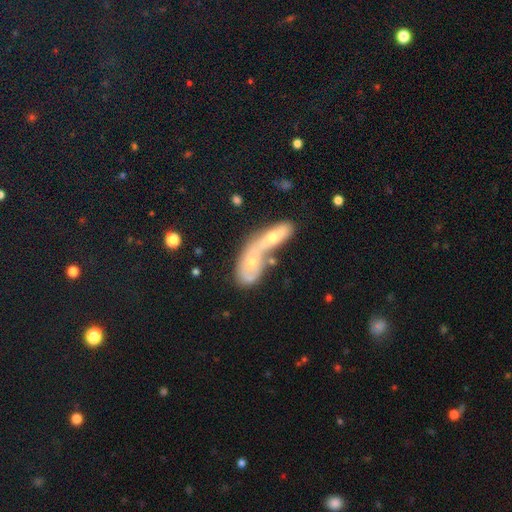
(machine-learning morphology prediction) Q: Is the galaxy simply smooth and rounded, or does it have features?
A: featured or disk — 45%.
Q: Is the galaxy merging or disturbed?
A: merger — 66%.